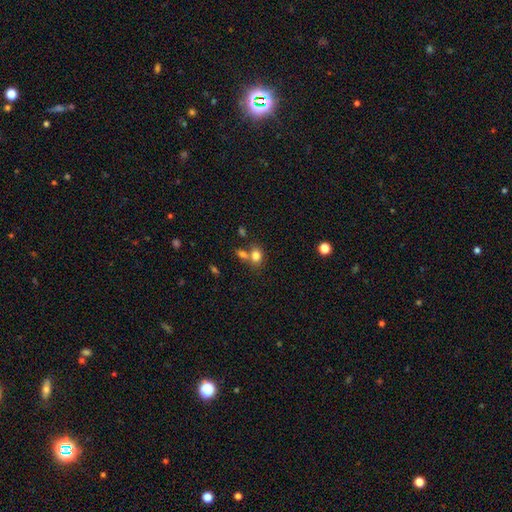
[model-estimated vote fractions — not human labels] smooth 80%, star or artifact 11%, featured or disk 9%. Down the decision tree: how rounded — in between (60%); merging — none (50%).